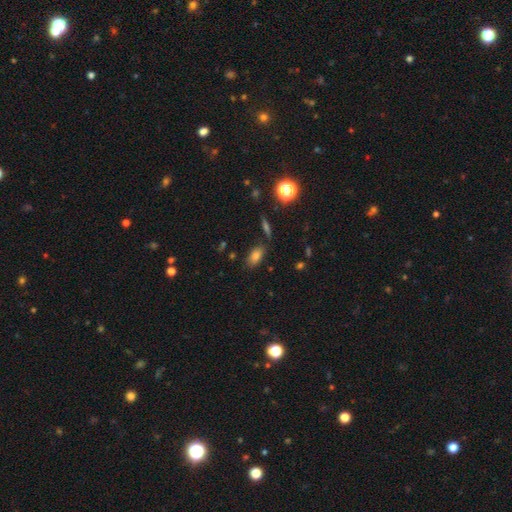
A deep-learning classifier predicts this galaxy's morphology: Smooth or featured? Predicted: smooth (p=0.77). How rounded? Predicted: in between (p=0.87). Merging? Predicted: none (p=0.79).